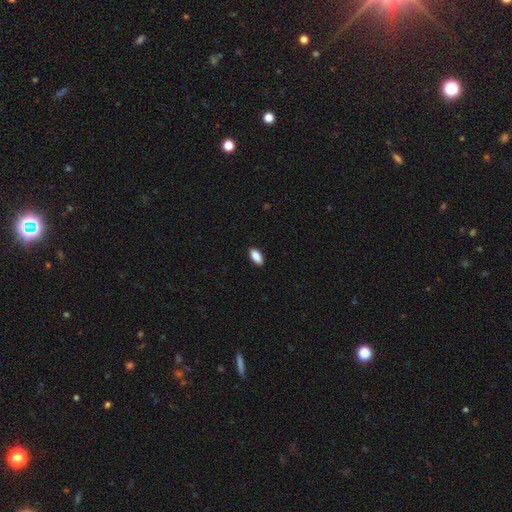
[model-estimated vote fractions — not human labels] Smooth or featured: smooth — 87% (star or artifact — 7%)
How rounded: in between — 90% (cigar-shaped — 7%)
Merging: none — 89% (minor disturbance — 8%)